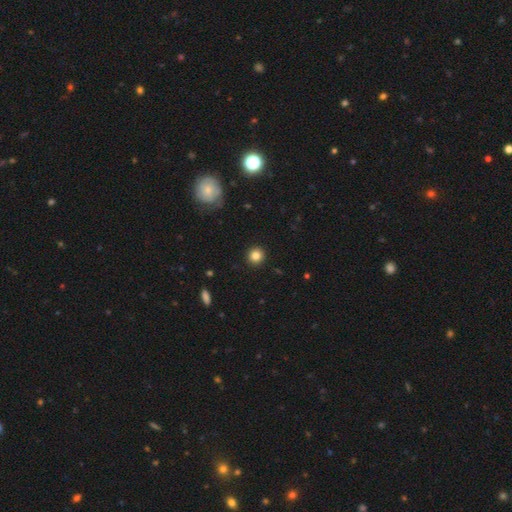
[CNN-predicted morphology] Smooth or featured: smooth — 84% (star or artifact — 11%)
How rounded: round — 94% (in between — 5%)
Merging: none — 92% (minor disturbance — 5%)